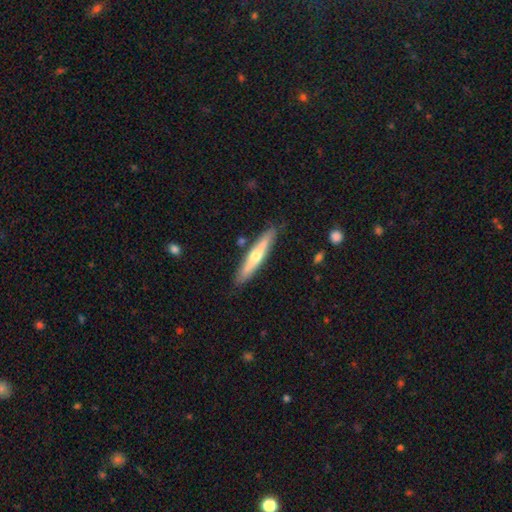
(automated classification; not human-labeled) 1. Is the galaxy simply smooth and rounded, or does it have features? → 52% featured or disk, 43% smooth, 5% star or artifact.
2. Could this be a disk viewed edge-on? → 92% yes, 8% no.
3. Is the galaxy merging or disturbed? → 86% none, 10% minor disturbance, 3% merger, 2% major disturbance.